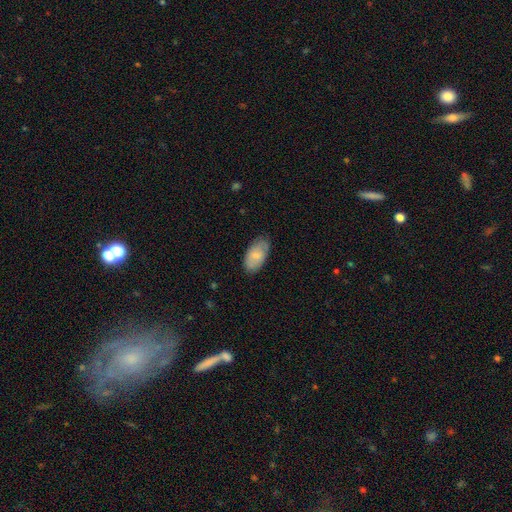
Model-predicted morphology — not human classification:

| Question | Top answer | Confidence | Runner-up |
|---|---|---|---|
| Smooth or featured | smooth | 75% | featured or disk (19%) |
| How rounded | in between | 95% | round (3%) |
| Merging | none | 78% | minor disturbance (17%) |